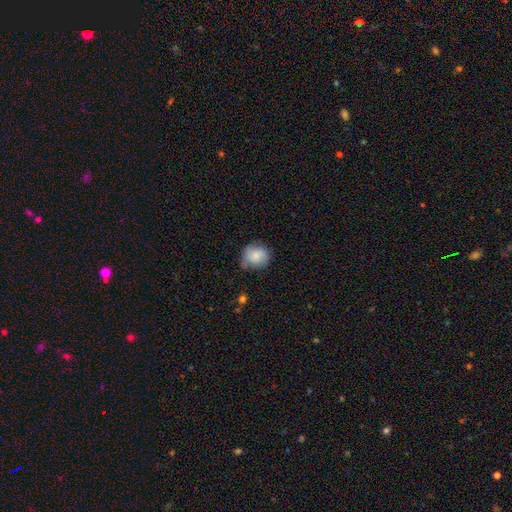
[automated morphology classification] This is likely a smooth galaxy (77%). How rounded: likely round (79%). Merging: possibly none (55%).